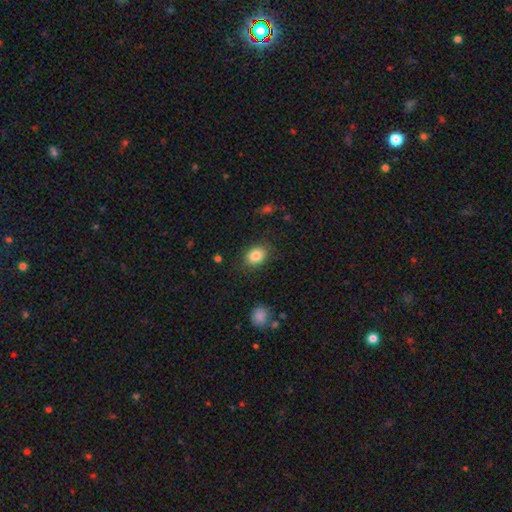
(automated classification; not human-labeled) The model was most divided on "how rounded": in between: 68%, round: 31%, cigar-shaped: 1%. More confident: smooth or featured — smooth (85%); merging — none (83%).